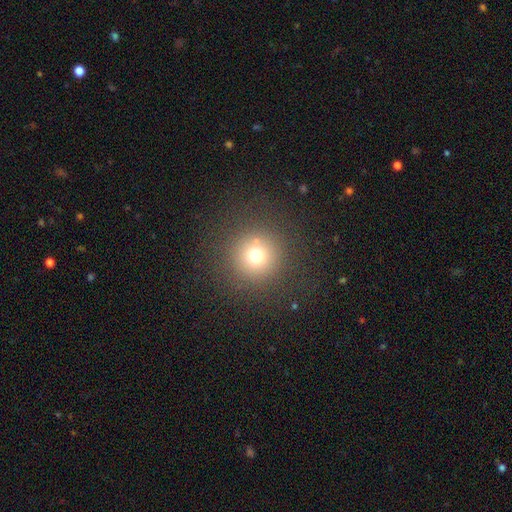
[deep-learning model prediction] smooth-or-featured: smooth: 71% | star or artifact: 19% | featured or disk: 10%
  how-rounded: round: 95% | in between: 4% | cigar-shaped: 1%
  merging: none: 85% | minor disturbance: 7% | major disturbance: 5% | merger: 3%